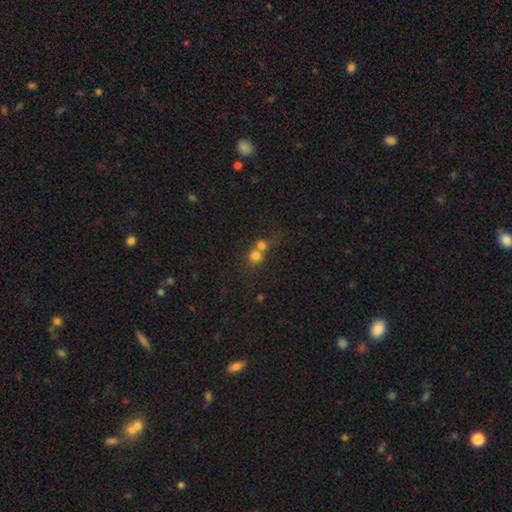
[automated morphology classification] Overall: smooth (75%). How rounded: round (84%). Merging: merger (60%; none 32%).